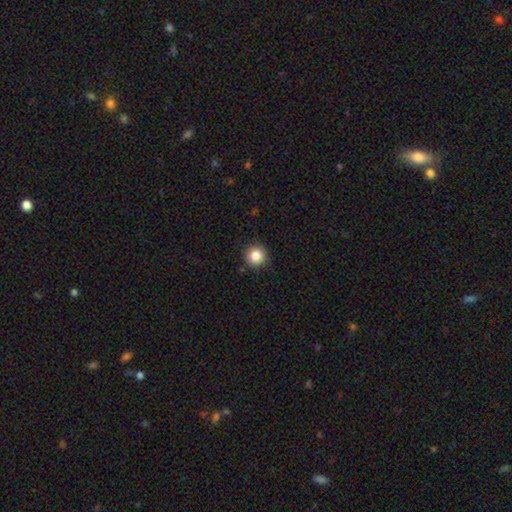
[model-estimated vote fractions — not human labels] smooth-or-featured: smooth: 84% | star or artifact: 10% | featured or disk: 5%
  how-rounded: round: 95% | in between: 4% | cigar-shaped: 1%
  merging: none: 90% | minor disturbance: 7% | major disturbance: 2% | merger: 1%